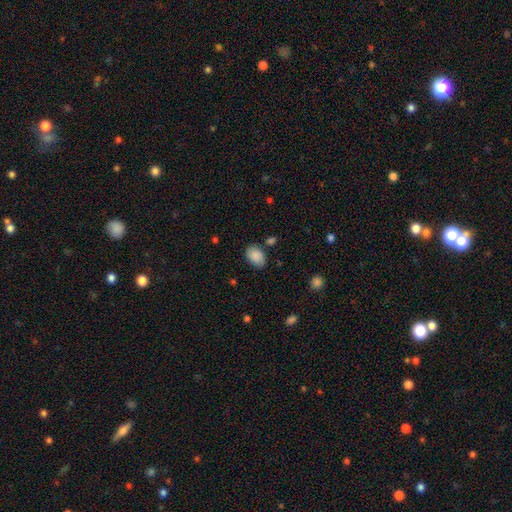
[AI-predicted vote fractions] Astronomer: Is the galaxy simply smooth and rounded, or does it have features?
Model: smooth — 88%.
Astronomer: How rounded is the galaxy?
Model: in between — 86%.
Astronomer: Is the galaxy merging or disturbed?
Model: none — 78%.